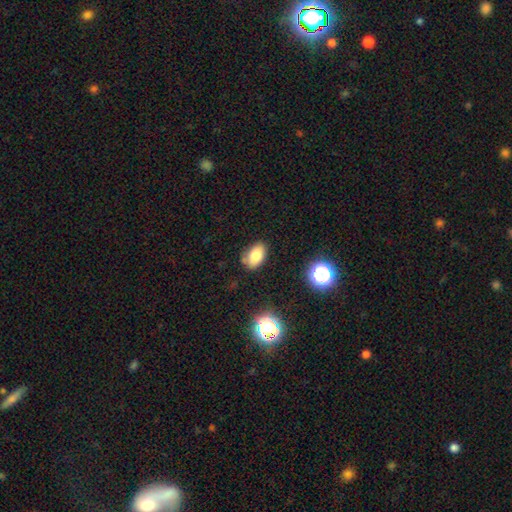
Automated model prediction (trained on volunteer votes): Q: Smooth or featured?
A: smooth (80%); runner-up: star or artifact (11%)
Q: How rounded?
A: in between (88%); runner-up: round (10%)
Q: Merging?
A: none (76%); runner-up: minor disturbance (18%)